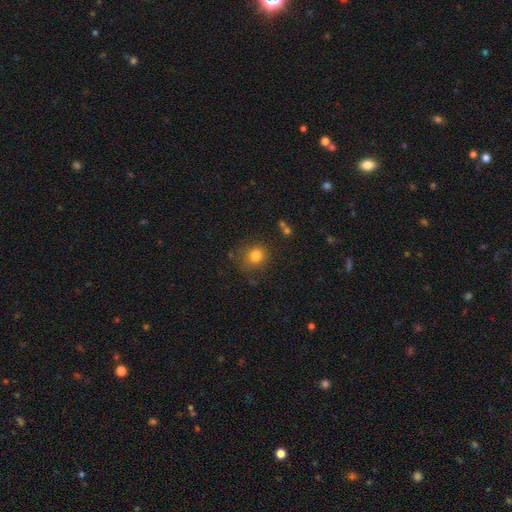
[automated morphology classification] A smooth galaxy with no disk features (80%) that is round (82%).

Vote fractions:
- Smooth or featured? smooth: 80% / star or artifact: 13% / featured or disk: 7%
- How rounded? round: 82% / in between: 17% / cigar-shaped: 1%
- Merging? none: 77% / minor disturbance: 14% / major disturbance: 5% / merger: 3%